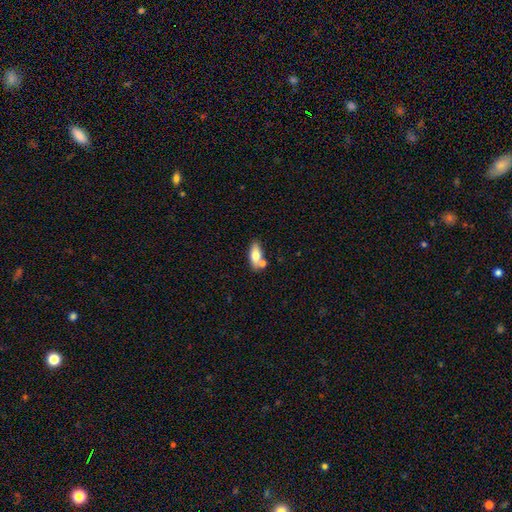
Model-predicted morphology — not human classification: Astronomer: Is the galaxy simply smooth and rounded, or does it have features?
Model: smooth — 70%.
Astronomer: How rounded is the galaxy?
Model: in between — 77%.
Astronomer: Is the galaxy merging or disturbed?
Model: none — 61%.